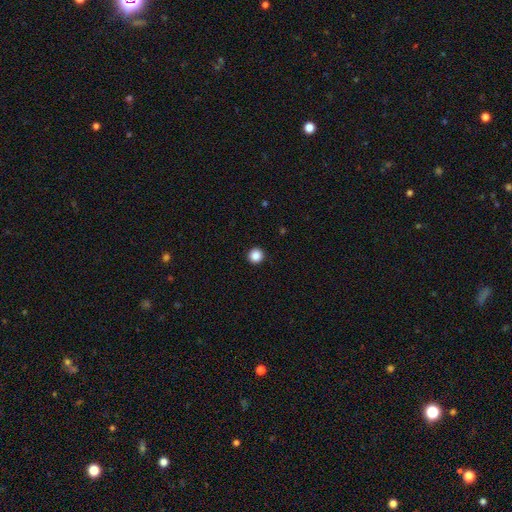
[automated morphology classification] smooth 87%, star or artifact 10%, featured or disk 3%. Down the decision tree: how rounded — round (95%); merging — none (94%).